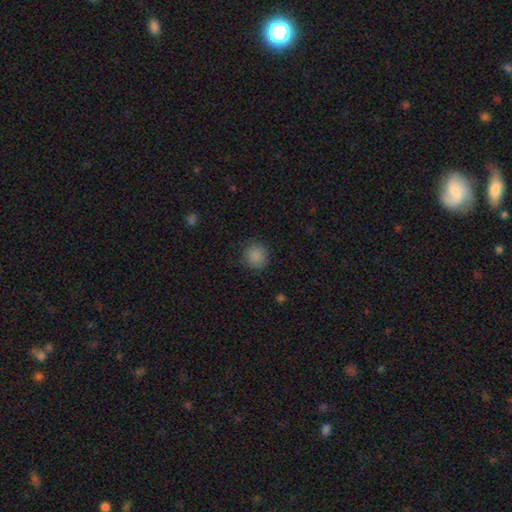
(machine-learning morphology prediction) Overall: smooth (87%). How rounded: round (88%). Merging: none (87%).